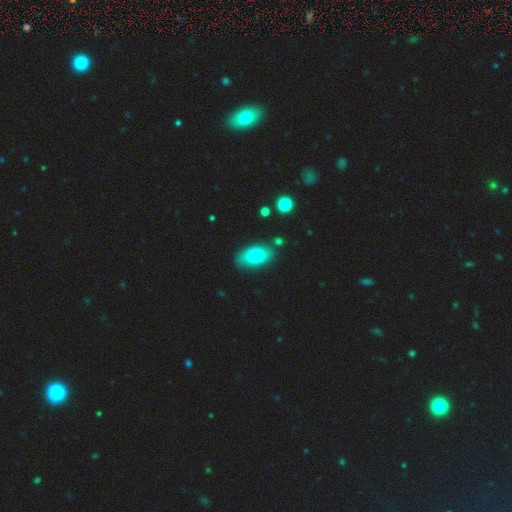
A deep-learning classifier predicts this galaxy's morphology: A smooth galaxy with no disk features (76%) that is in between round and cigar-shaped (91%). Merging: none (83%).